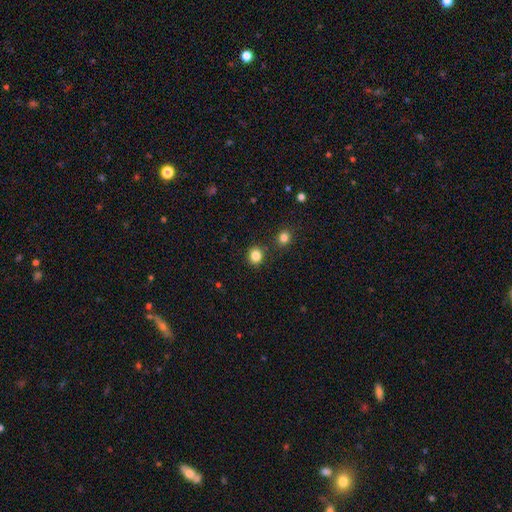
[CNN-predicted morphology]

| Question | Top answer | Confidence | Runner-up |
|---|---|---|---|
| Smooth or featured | smooth | 84% | star or artifact (11%) |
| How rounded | round | 79% | in between (20%) |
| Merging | none | 87% | minor disturbance (7%) |